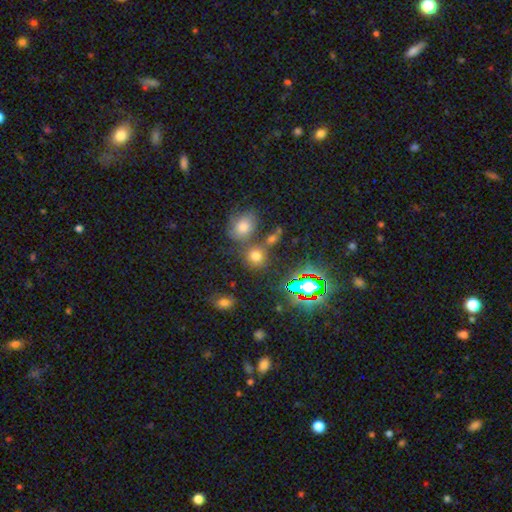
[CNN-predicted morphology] type=smooth (65%); roundness=round (80%); merging=none (63%).